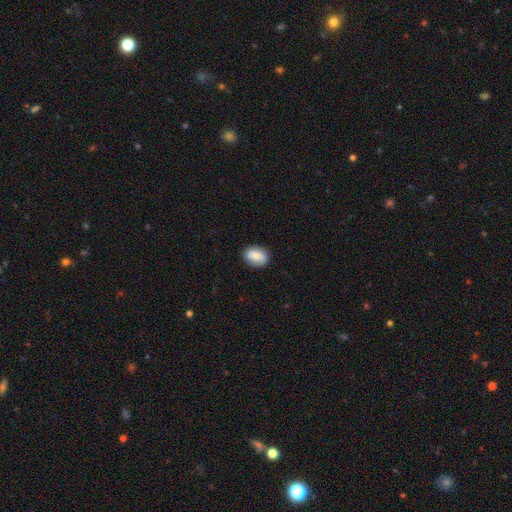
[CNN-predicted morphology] smooth 75%, featured or disk 17%, star or artifact 8%. Down the decision tree: how rounded — in between (77%); merging — none (83%).